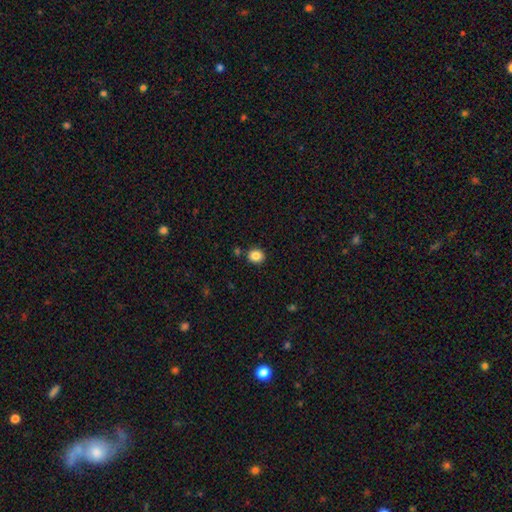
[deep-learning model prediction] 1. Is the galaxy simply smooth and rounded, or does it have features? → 85% smooth, 10% star or artifact, 4% featured or disk.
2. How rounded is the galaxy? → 80% round, 20% in between, 1% cigar-shaped.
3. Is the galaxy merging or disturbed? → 86% none, 8% minor disturbance, 4% merger, 2% major disturbance.